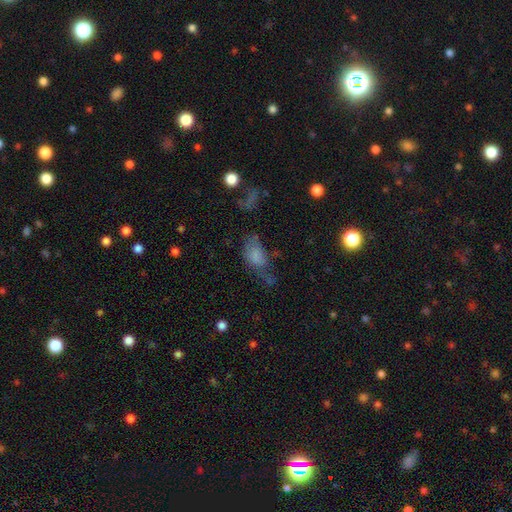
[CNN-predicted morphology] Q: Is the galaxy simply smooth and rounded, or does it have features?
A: smooth — 67%.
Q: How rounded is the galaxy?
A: in between — 86%.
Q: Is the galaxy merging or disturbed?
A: major disturbance — 35%.